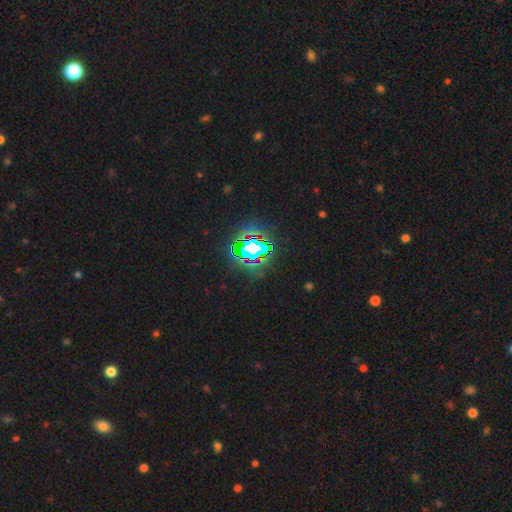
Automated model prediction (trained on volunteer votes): Overall: star or artifact (84%).